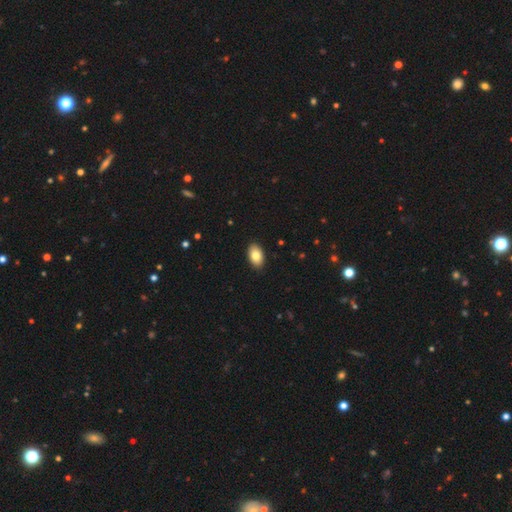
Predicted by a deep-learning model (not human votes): smooth_or_featured: smooth (p=0.83) [alt: featured or disk p=0.10]
how_rounded: in between (p=0.93) [alt: round p=0.06]
merging: none (p=0.90) [alt: minor disturbance p=0.08]